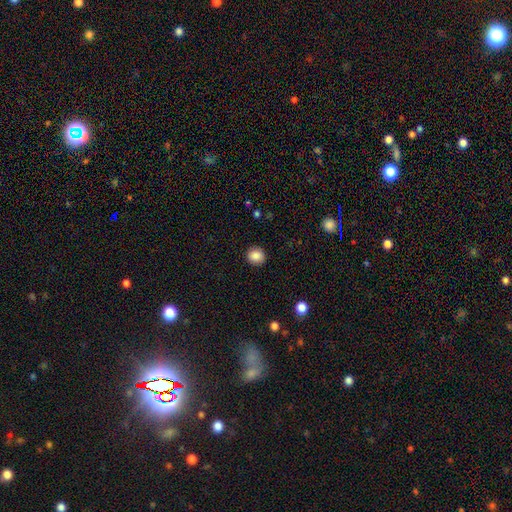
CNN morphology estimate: Q: Smooth or featured?
A: smooth (86%); runner-up: star or artifact (9%)
Q: How rounded?
A: round (85%); runner-up: in between (14%)
Q: Merging?
A: none (91%); runner-up: minor disturbance (6%)